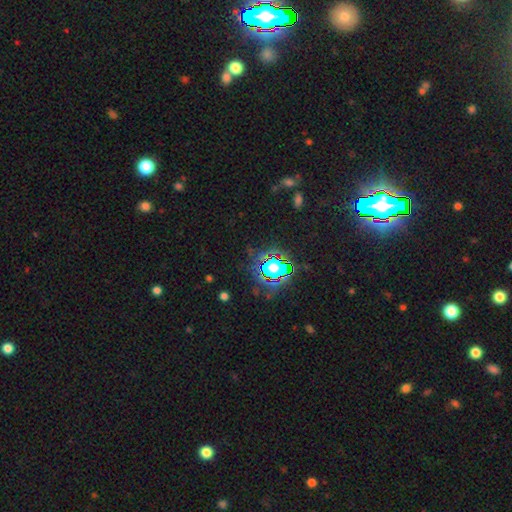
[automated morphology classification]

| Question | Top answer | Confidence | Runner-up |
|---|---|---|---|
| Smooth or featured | star or artifact | 80% | smooth (11%) |